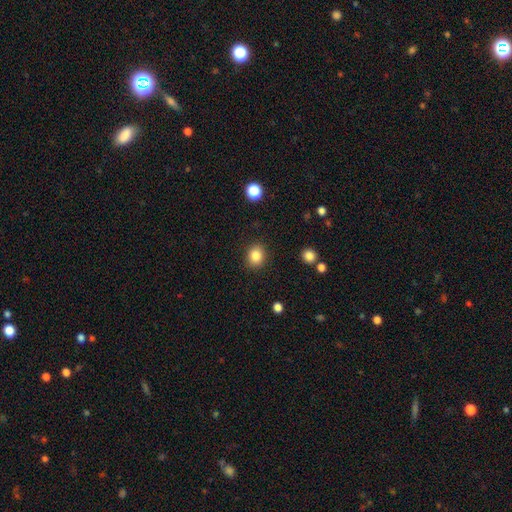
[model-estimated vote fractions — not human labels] This is clearly a smooth galaxy (84%). How rounded: likely round (69%). Merging: clearly none (89%).